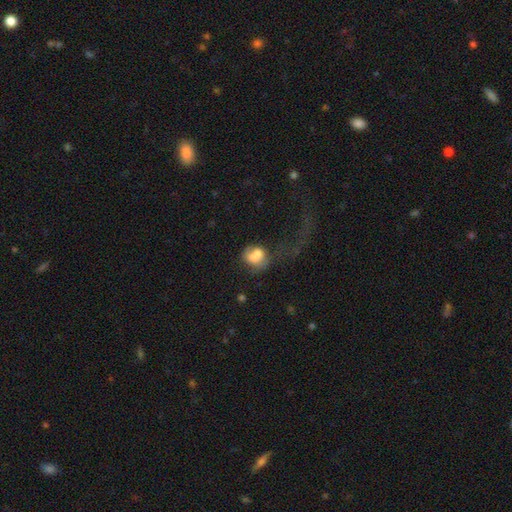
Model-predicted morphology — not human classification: Q: Smooth or featured?
A: smooth (64%); runner-up: featured or disk (26%)
Q: How rounded?
A: round (52%); runner-up: in between (46%)
Q: Merging?
A: major disturbance (36%); runner-up: merger (28%)